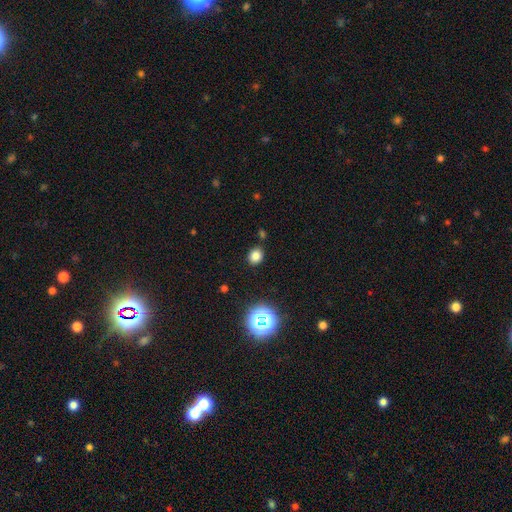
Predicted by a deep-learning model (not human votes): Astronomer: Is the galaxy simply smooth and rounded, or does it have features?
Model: smooth — 78%.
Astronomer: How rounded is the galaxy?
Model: round — 59% (runner-up: in between, 40%).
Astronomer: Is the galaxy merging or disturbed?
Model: none — 85%.